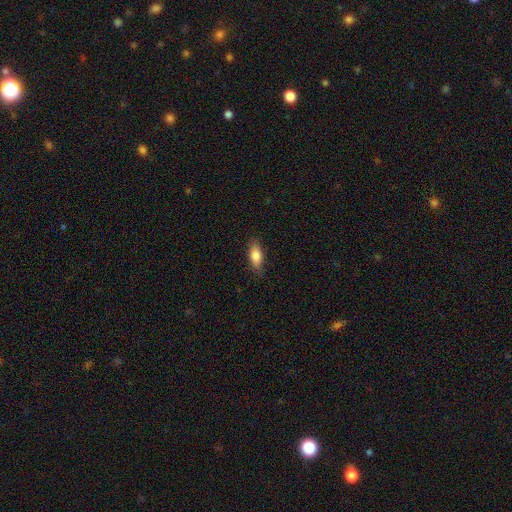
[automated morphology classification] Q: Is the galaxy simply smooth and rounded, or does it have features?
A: smooth — 80%.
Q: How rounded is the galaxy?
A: in between — 77%.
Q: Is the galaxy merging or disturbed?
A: none — 83%.